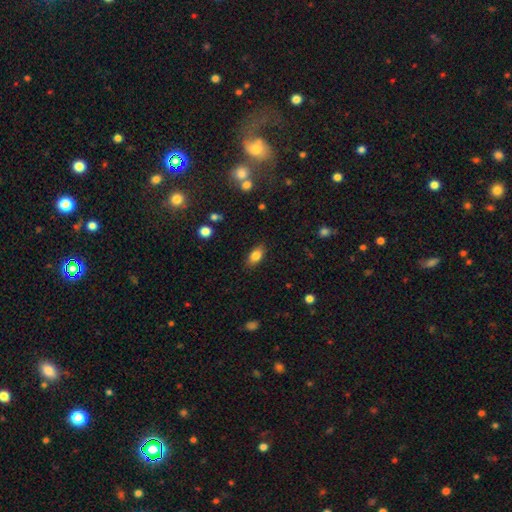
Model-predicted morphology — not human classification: Smooth or featured? Predicted: smooth (p=0.83). How rounded? Predicted: in between (p=0.87). Merging? Predicted: none (p=0.85).